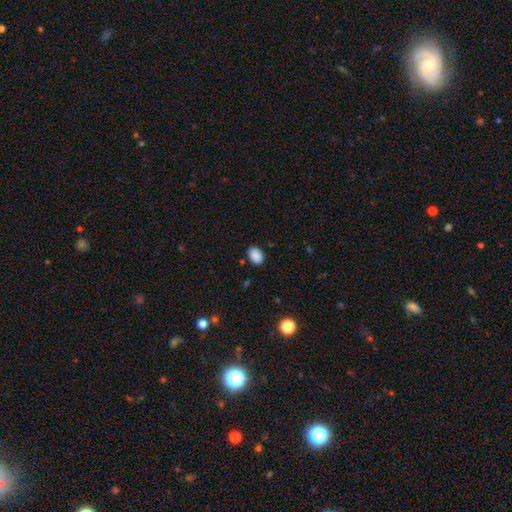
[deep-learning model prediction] Overall: smooth (88%). How rounded: in between (73%). Merging: none (86%).